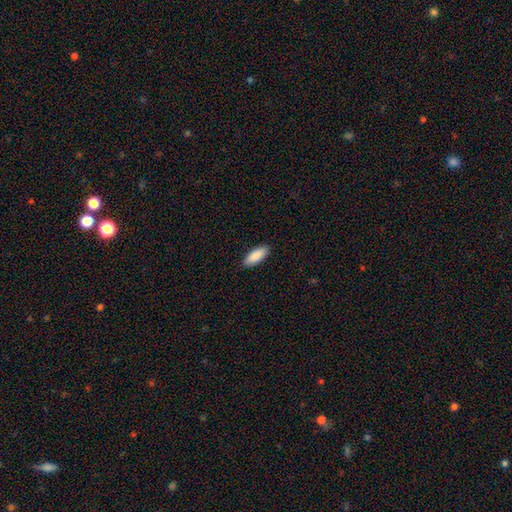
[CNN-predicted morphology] smooth_or_featured: smooth (p=0.89) [alt: star or artifact p=0.06]
how_rounded: in between (p=0.71) [alt: cigar-shaped p=0.28]
merging: none (p=0.90) [alt: minor disturbance p=0.08]